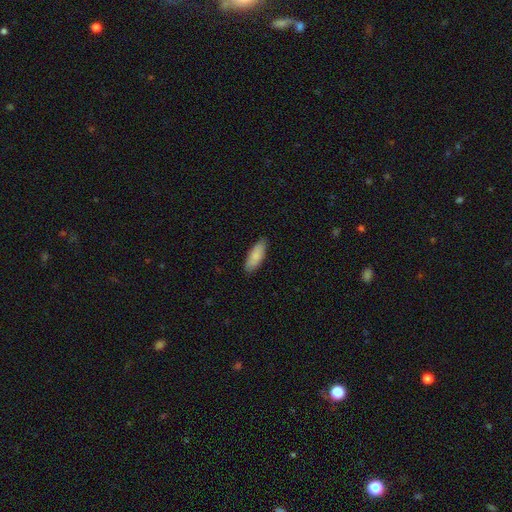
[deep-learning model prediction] Smooth or featured?
  - smooth: 86% *
  - featured or disk: 9%
  - star or artifact: 5%
How rounded?
  - in between: 72% *
  - cigar-shaped: 27%
  - round: 2%
Merging?
  - none: 85% *
  - minor disturbance: 12%
  - major disturbance: 2%
  - merger: 1%